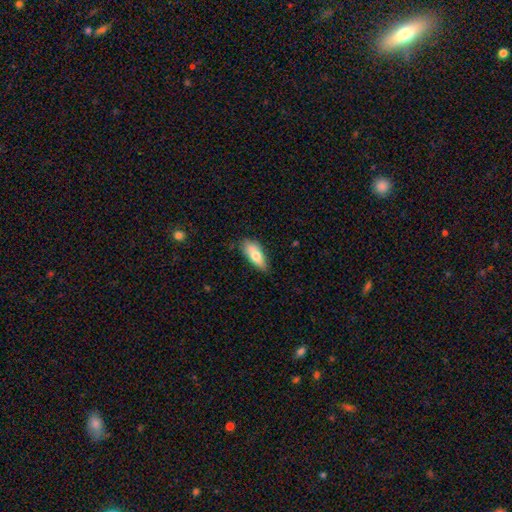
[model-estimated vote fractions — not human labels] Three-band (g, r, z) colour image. It shows a smooth galaxy with no disk features (73%) that is in between round and cigar-shaped (79%). Merging: none (67%).